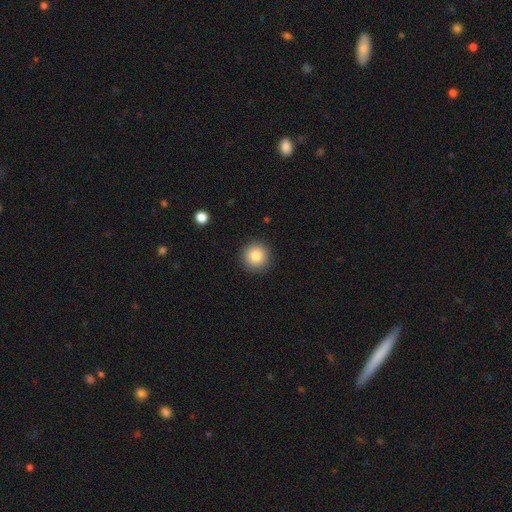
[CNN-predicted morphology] This is clearly a smooth galaxy (84%). How rounded: clearly round (95%). Merging: clearly none (92%).